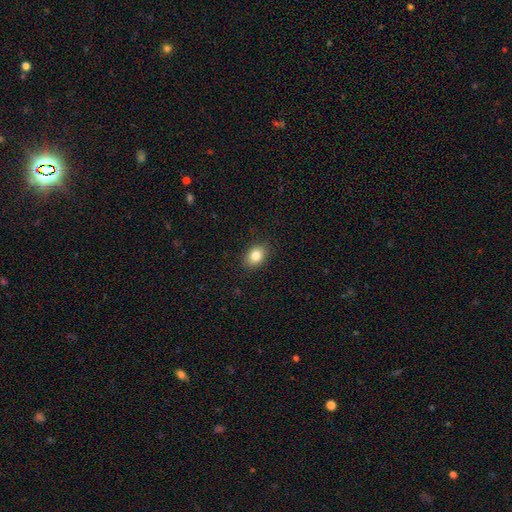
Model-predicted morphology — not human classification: Overall: smooth (83%). How rounded: in between (70%). Merging: none (87%).